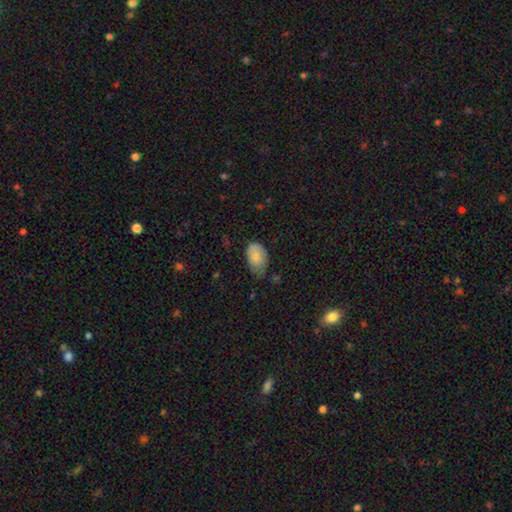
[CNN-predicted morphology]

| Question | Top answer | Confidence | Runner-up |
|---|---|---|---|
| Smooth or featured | smooth | 80% | featured or disk (13%) |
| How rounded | in between | 91% | round (8%) |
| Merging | none | 50% | minor disturbance (39%) |